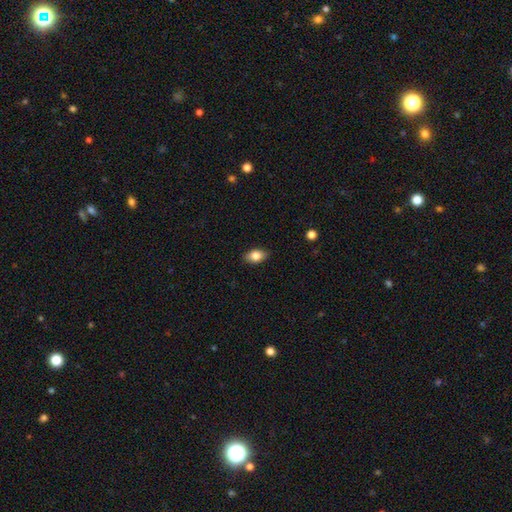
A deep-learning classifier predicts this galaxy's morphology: Q: Smooth or featured?
A: smooth (82%); runner-up: featured or disk (10%)
Q: How rounded?
A: in between (88%); runner-up: round (10%)
Q: Merging?
A: none (87%); runner-up: minor disturbance (10%)